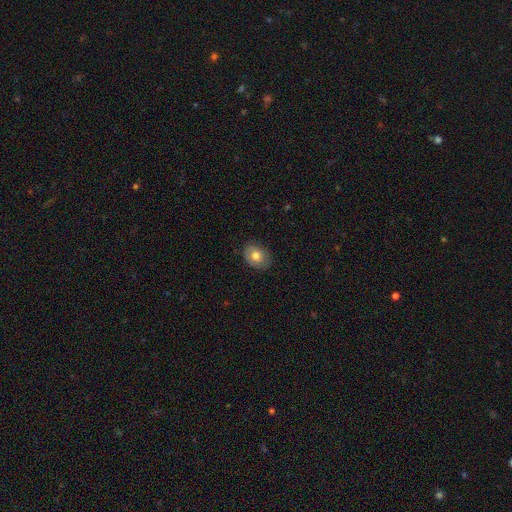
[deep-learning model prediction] The model was most divided on "how rounded": in between: 61%, round: 38%, cigar-shaped: 1%. More confident: merging — none (83%); smooth or featured — smooth (76%).